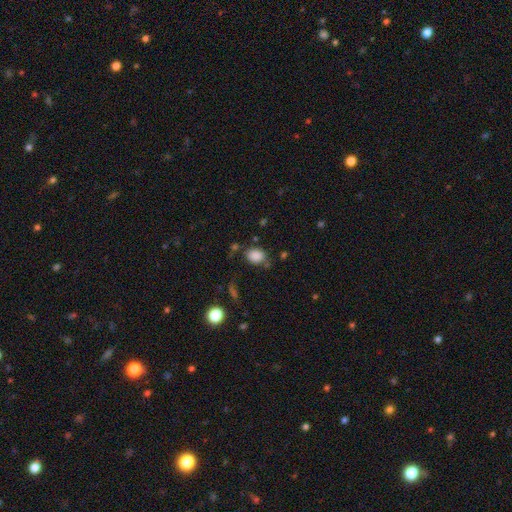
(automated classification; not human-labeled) Q: Smooth or featured?
A: smooth (85%); runner-up: star or artifact (11%)
Q: How rounded?
A: in between (57%); runner-up: round (42%)
Q: Merging?
A: none (72%); runner-up: minor disturbance (17%)